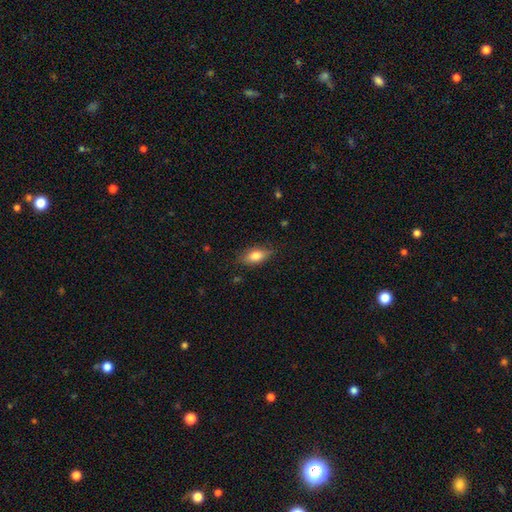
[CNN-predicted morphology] smooth-or-featured: smooth: 79% | featured or disk: 13% | star or artifact: 8%
  how-rounded: in between: 85% | cigar-shaped: 10% | round: 5%
  merging: none: 79% | minor disturbance: 17% | major disturbance: 3% | merger: 1%